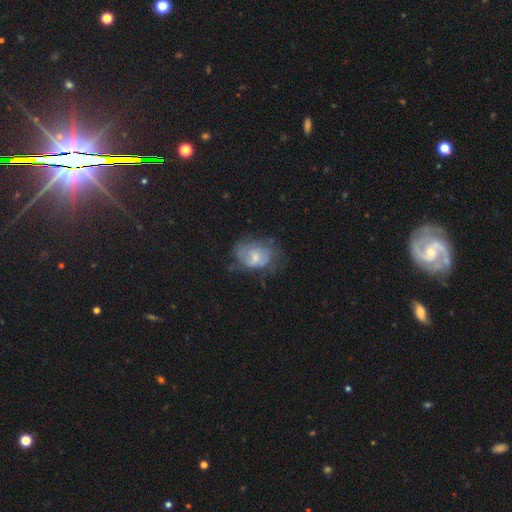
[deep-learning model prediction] Smooth or featured: featured or disk — 47% (smooth — 43%)
Merging: none — 45% (minor disturbance — 29%)